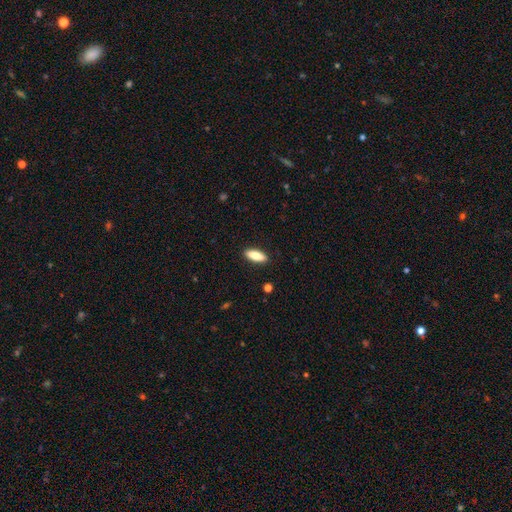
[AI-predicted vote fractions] smooth_or_featured: smooth (p=0.82) [alt: featured or disk p=0.12]
how_rounded: in between (p=0.64) [alt: cigar-shaped p=0.33]
merging: none (p=0.90) [alt: minor disturbance p=0.07]